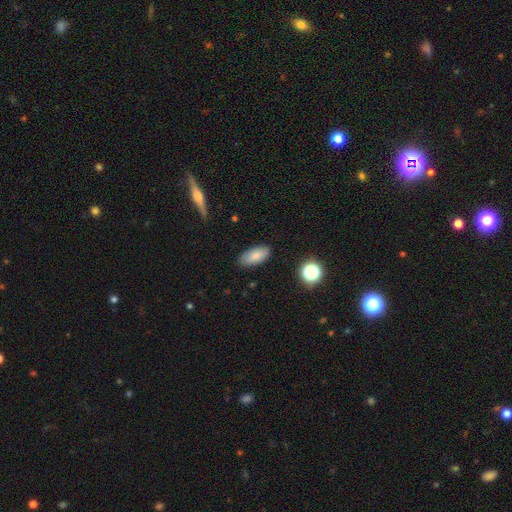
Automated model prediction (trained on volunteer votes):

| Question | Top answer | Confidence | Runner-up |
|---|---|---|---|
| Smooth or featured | smooth | 83% | featured or disk (9%) |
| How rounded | in between | 90% | cigar-shaped (7%) |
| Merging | none | 84% | minor disturbance (12%) |